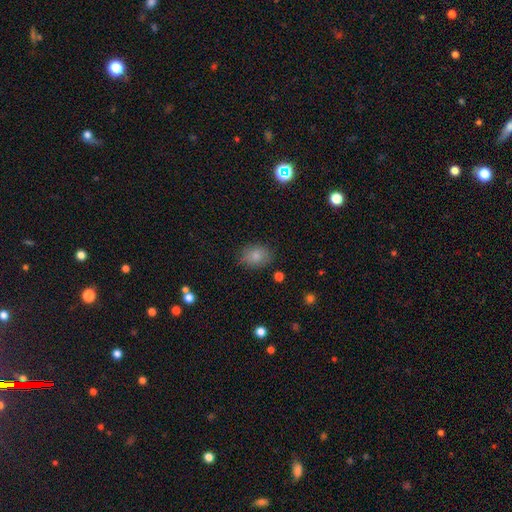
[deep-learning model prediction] Smooth or featured?
  - smooth: 83% *
  - star or artifact: 9%
  - featured or disk: 8%
How rounded?
  - in between: 60% *
  - round: 39%
  - cigar-shaped: 1%
Merging?
  - none: 80% *
  - minor disturbance: 14%
  - major disturbance: 4%
  - merger: 2%